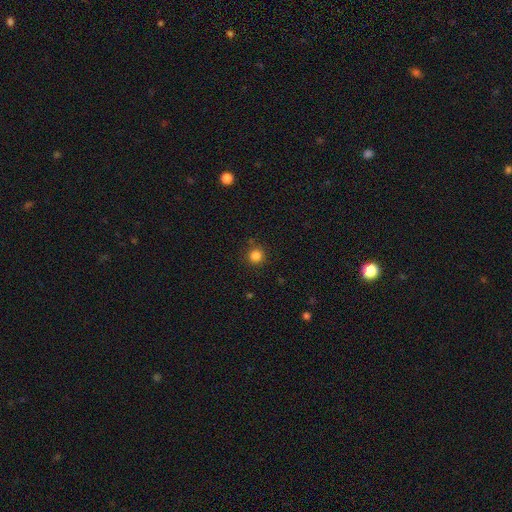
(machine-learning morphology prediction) This is clearly a smooth galaxy (84%). How rounded: clearly round (93%). Merging: clearly none (88%).